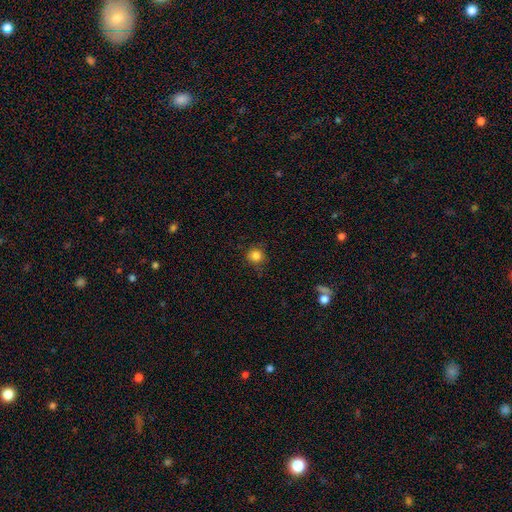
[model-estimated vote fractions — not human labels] smooth-or-featured: smooth: 84% | star or artifact: 12% | featured or disk: 4%
  how-rounded: round: 92% | in between: 7% | cigar-shaped: 1%
  merging: none: 83% | minor disturbance: 13% | major disturbance: 3% | merger: 1%